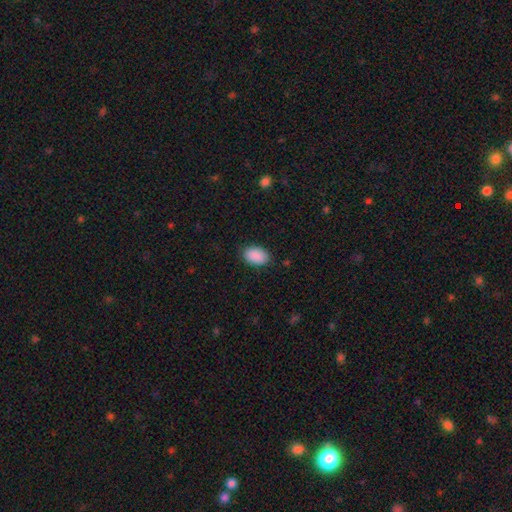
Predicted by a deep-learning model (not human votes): smooth-or-featured: smooth: 91% | star or artifact: 7% | featured or disk: 3%
  how-rounded: in between: 91% | round: 8% | cigar-shaped: 1%
  merging: none: 86% | minor disturbance: 11% | major disturbance: 2% | merger: 1%